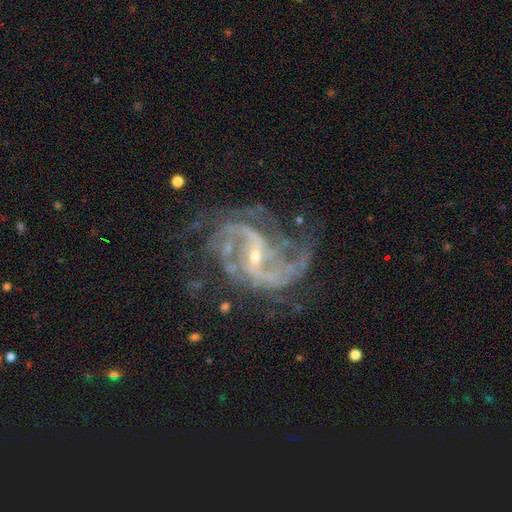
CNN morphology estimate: Smooth or featured: featured or disk — 91% (star or artifact — 6%)
Edge-on disk: no — 98% (yes — 2%)
Bar: weak — 42% (strong — 37%)
Spiral arms: yes — 98% (no — 2%)
Spiral winding: medium — 53% (loose — 30%)
Spiral arm count: 2 — 66% (3 — 11%)
Bulge size: small — 76% (moderate — 20%)
Merging: none — 59% (minor disturbance — 20%)